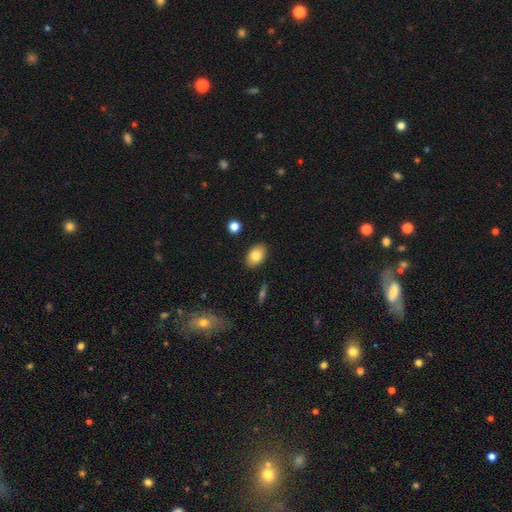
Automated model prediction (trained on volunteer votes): Smooth or featured?
  - smooth: 81% *
  - featured or disk: 11%
  - star or artifact: 8%
How rounded?
  - in between: 86% *
  - round: 13%
  - cigar-shaped: 1%
Merging?
  - none: 88% *
  - minor disturbance: 9%
  - major disturbance: 2%
  - merger: 2%